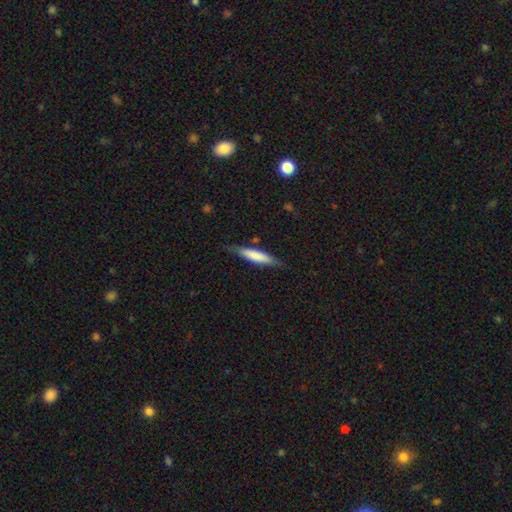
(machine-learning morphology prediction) Smooth or featured? smooth (70%)
How rounded? cigar-shaped (80%)
Merging? none (78%)